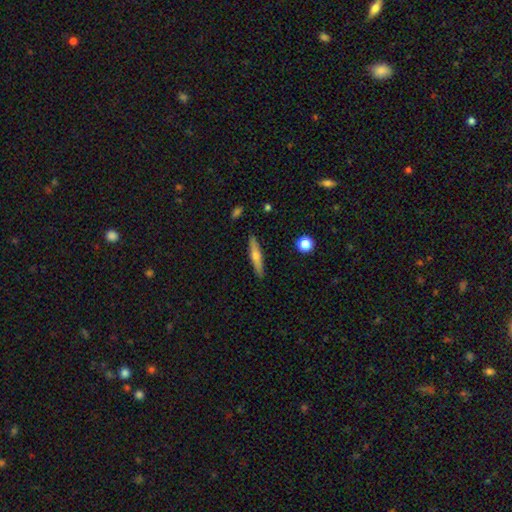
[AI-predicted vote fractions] A featured or disk galaxy (48%).

Vote fractions:
- Smooth or featured? featured or disk: 48% / smooth: 46% / star or artifact: 7%
- Merging? none: 90% / minor disturbance: 7% / major disturbance: 1% / merger: 1%